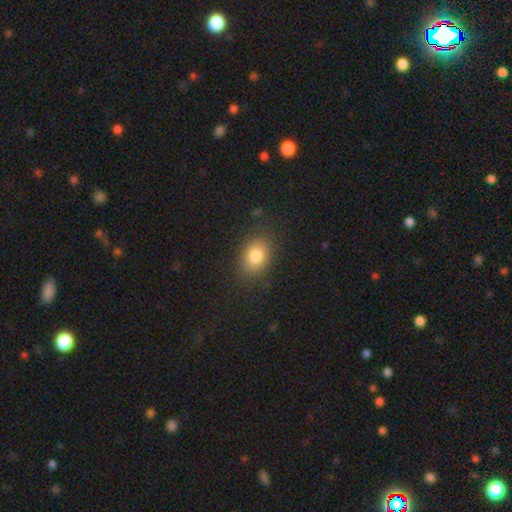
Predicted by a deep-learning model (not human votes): A smooth galaxy with no disk features (82%) that is in between round and cigar-shaped (76%).

Vote fractions:
- Smooth or featured? smooth: 82% / star or artifact: 10% / featured or disk: 8%
- How rounded? in between: 76% / round: 22% / cigar-shaped: 1%
- Merging? none: 84% / minor disturbance: 11% / major disturbance: 4% / merger: 1%